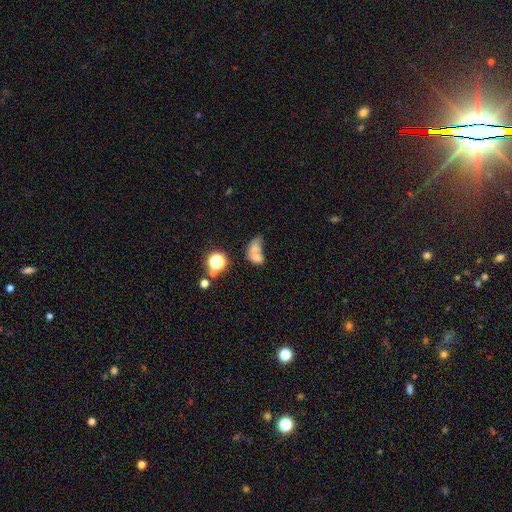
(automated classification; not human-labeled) A smooth galaxy with no disk features (64%) that is in between round and cigar-shaped (71%).

Vote fractions:
- Smooth or featured? smooth: 64% / featured or disk: 21% / star or artifact: 15%
- How rounded? in between: 71% / round: 27% / cigar-shaped: 2%
- Merging? merger: 62% / none: 18% / major disturbance: 10% / minor disturbance: 10%